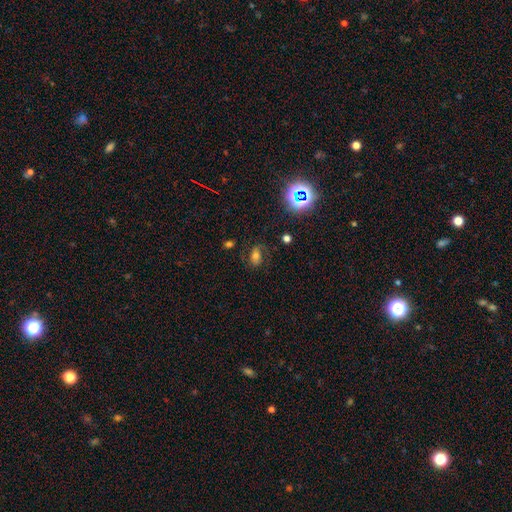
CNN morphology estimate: The model was most divided on "smooth or featured": smooth: 47%, featured or disk: 32%, star or artifact: 21%. More confident: merging — none (67%).